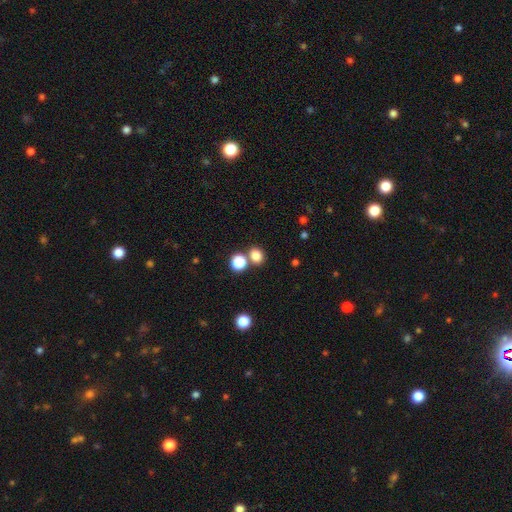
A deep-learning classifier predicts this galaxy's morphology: smooth-or-featured: smooth: 81% | star or artifact: 14% | featured or disk: 5%
  how-rounded: round: 65% | in between: 34% | cigar-shaped: 1%
  merging: none: 67% | merger: 22% | minor disturbance: 8% | major disturbance: 3%